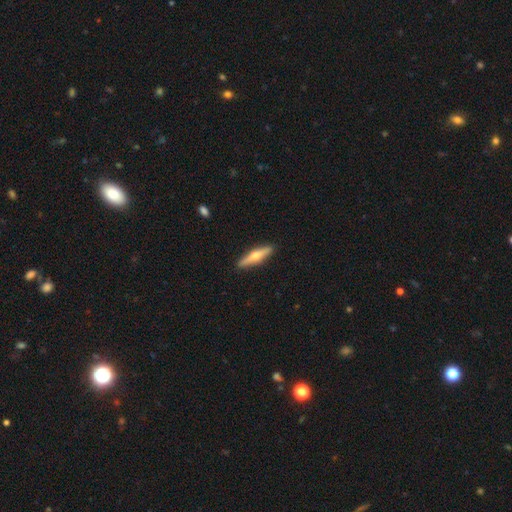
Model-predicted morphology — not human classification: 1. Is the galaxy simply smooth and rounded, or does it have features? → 52% featured or disk, 42% smooth, 5% star or artifact.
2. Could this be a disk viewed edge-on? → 95% yes, 5% no.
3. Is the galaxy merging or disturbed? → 91% none, 7% minor disturbance, 2% major disturbance, 1% merger.